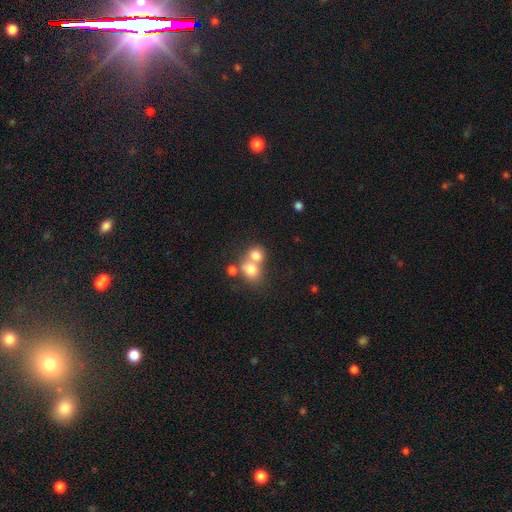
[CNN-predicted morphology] smooth 75%, featured or disk 14%, star or artifact 12%. Down the decision tree: how rounded — round (69%); merging — merger (60%).